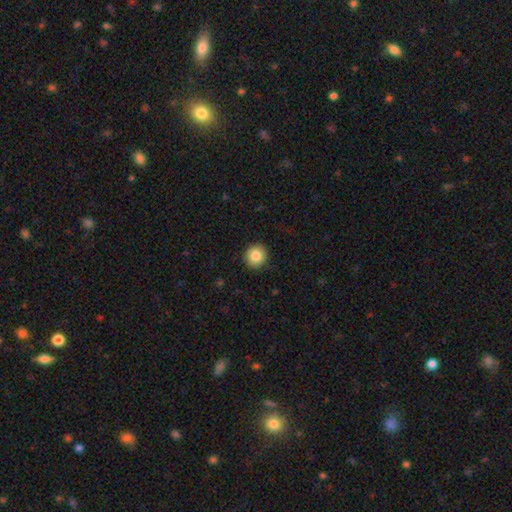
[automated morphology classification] Smooth or featured?
  - smooth: 85% *
  - star or artifact: 9%
  - featured or disk: 6%
How rounded?
  - round: 93% *
  - in between: 6%
  - cigar-shaped: 1%
Merging?
  - none: 92% *
  - minor disturbance: 6%
  - major disturbance: 2%
  - merger: 1%